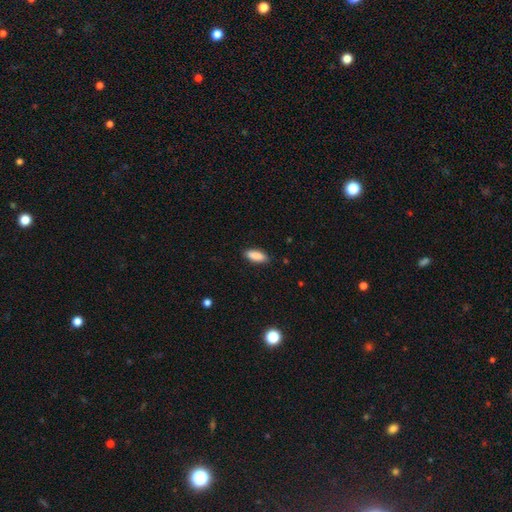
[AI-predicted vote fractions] Q: Smooth or featured?
A: smooth (88%); runner-up: star or artifact (6%)
Q: How rounded?
A: in between (76%); runner-up: cigar-shaped (22%)
Q: Merging?
A: none (87%); runner-up: minor disturbance (10%)